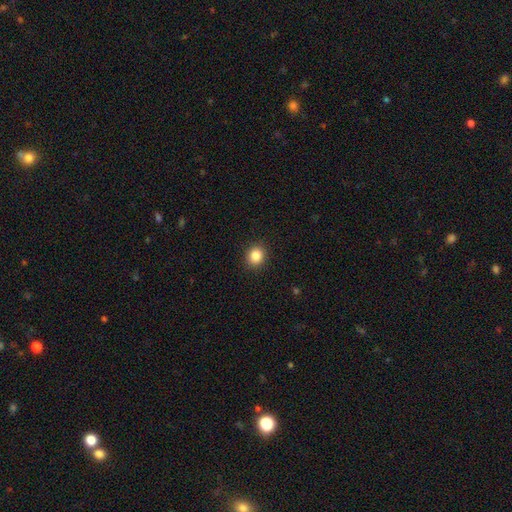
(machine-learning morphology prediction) Smooth or featured? smooth (85%)
How rounded? round (78%)
Merging? none (91%)